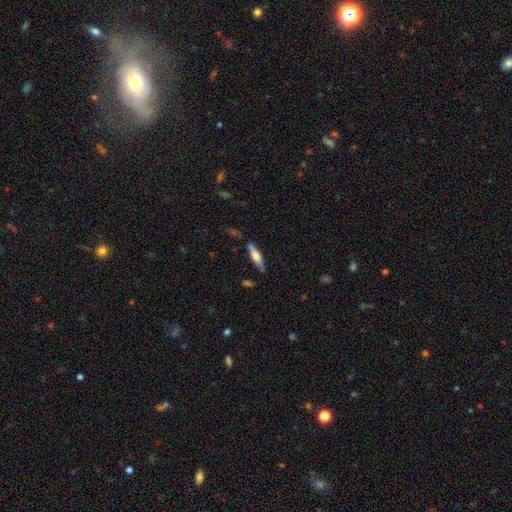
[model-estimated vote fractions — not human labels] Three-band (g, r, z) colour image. It shows a smooth galaxy with no disk features (53%) that is cigar-shaped (72%). Merging: none (80%).